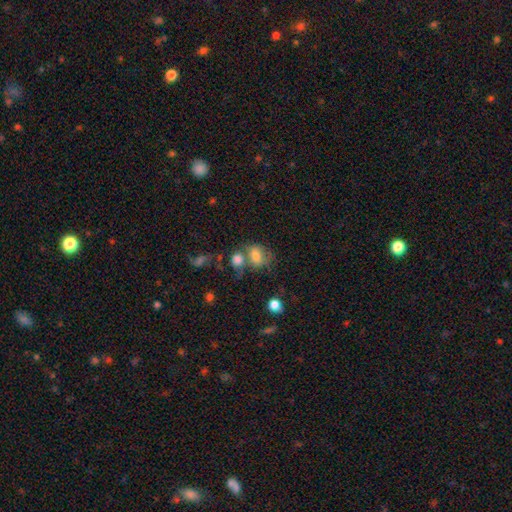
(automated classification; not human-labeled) Smooth or featured: smooth — 70% (featured or disk — 19%)
How rounded: in between — 58% (round — 40%)
Merging: merger — 40% (none — 33%)